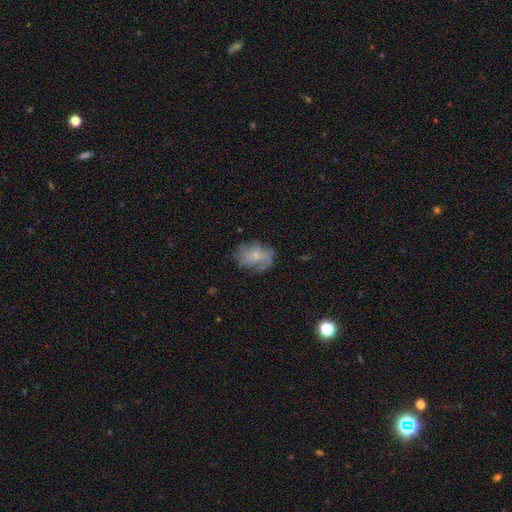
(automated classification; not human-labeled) A featured or disk galaxy (49%).

Vote fractions:
- Smooth or featured? featured or disk: 49% / smooth: 41% / star or artifact: 10%
- Merging? none: 53% / minor disturbance: 27% / major disturbance: 18% / merger: 2%